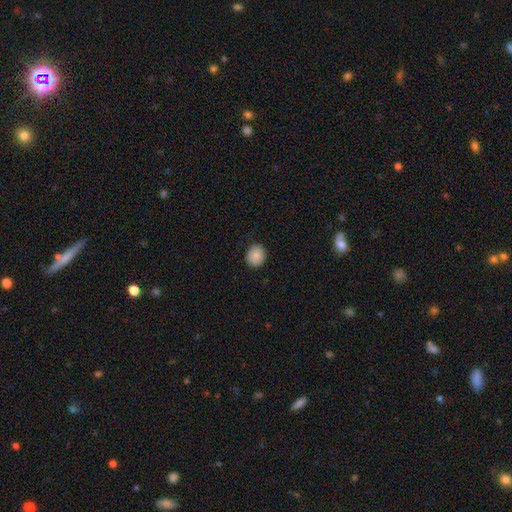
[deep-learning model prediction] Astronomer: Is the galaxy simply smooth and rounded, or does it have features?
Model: smooth — 88%.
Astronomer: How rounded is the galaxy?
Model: round — 79%.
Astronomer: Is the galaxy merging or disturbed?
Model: none — 89%.